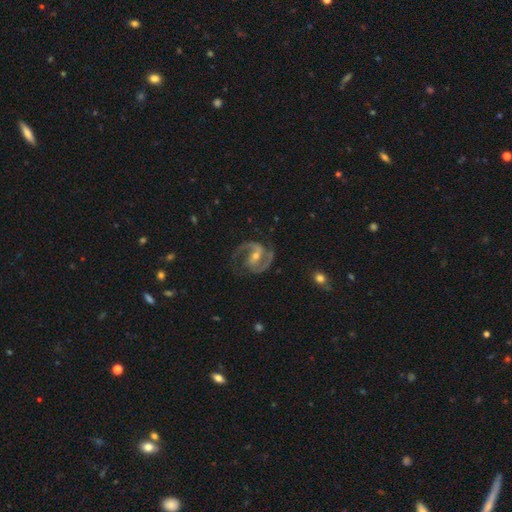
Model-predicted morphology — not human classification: A featured or disk galaxy (93%) with a weak bar (42%), 2 (93%) medium (67%) spiral arms (98%) and a small central bulge (48%, tied with moderate).

Vote fractions:
- Smooth or featured? featured or disk: 93% / star or artifact: 4% / smooth: 3%
- Edge-on disk? no: 98% / yes: 2%
- Bar? weak: 42% / strong: 37% / no: 21%
- Spiral arms? yes: 98% / no: 2%
- Spiral winding? medium: 67% / tight: 18% / loose: 16%
- Spiral arm count? 2: 93% / 3: 2% / 1: 2% / can't tell: 2% / 4: 1% / more than 4: 1%
- Bulge size? small: 48% (tied) / moderate: 48% (tied) / large: 2% / none: 2% / dominant: 1%
- Merging? none: 78% / minor disturbance: 14% / major disturbance: 7% / merger: 2%